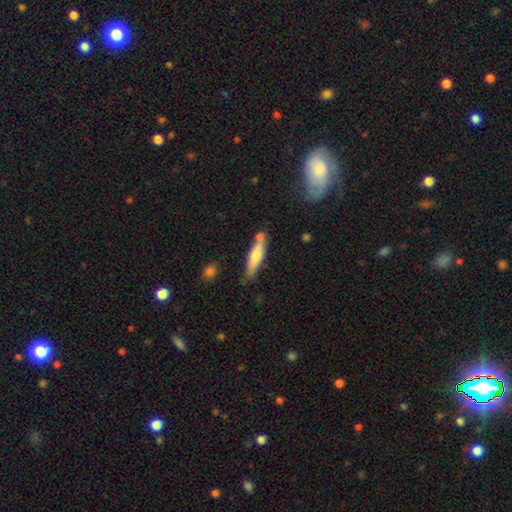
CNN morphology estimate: Smooth or featured: smooth — 65% (featured or disk — 29%)
How rounded: cigar-shaped — 77% (in between — 21%)
Merging: none — 61% (minor disturbance — 19%)